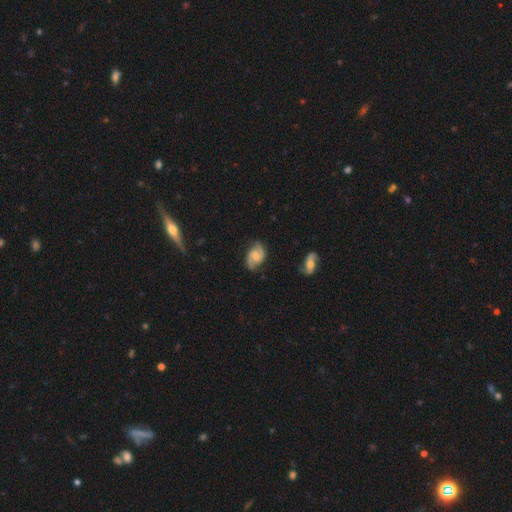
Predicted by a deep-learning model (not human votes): smooth-or-featured: featured or disk: 79% | smooth: 15% | star or artifact: 6%
  disk-edge-on: no: 97% | yes: 3%
    bar: weak: 47% | no: 43% | strong: 10%
    has-spiral-arms: yes: 96% | no: 4%
      spiral-winding: medium: 52% | tight: 25% | loose: 23%
      spiral-arm-count: 2: 91% | can't tell: 5% | 1: 2% | 3: 1% | 4: 1% | more than 4: 1%
    bulge-size: small: 44% | moderate: 41% | none: 12% | large: 3% | dominant: 1%
  merging: none: 78% | minor disturbance: 16% | major disturbance: 4% | merger: 2%